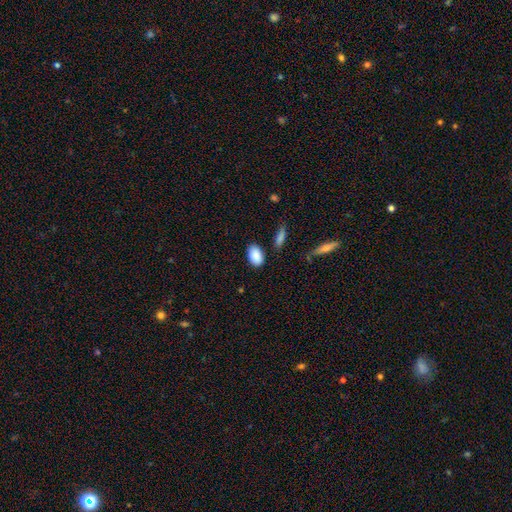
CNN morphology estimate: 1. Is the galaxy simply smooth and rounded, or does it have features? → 88% smooth, 7% star or artifact, 5% featured or disk.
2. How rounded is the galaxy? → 91% in between, 8% round, 2% cigar-shaped.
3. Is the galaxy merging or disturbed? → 82% none, 12% minor disturbance, 3% merger, 3% major disturbance.